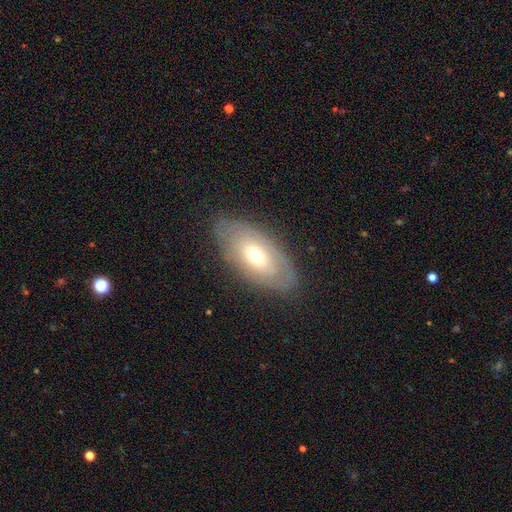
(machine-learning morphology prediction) The model was most divided on "smooth or featured" (2-way tie): featured or disk: 46%, smooth: 46%, star or artifact: 8%. More confident: merging — none (78%).